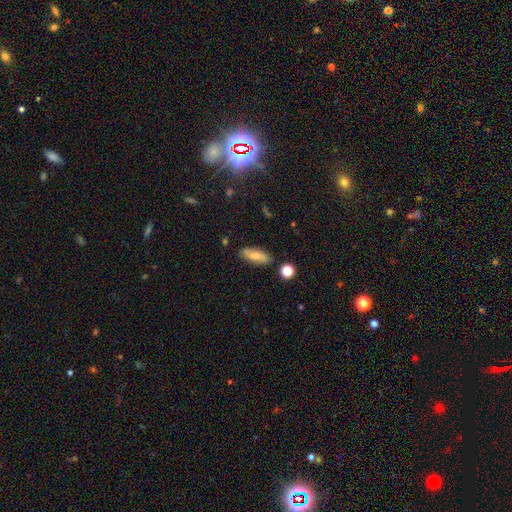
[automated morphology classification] smooth 70%, featured or disk 23%, star or artifact 8%. Down the decision tree: how rounded — in between (67%); merging — none (84%).